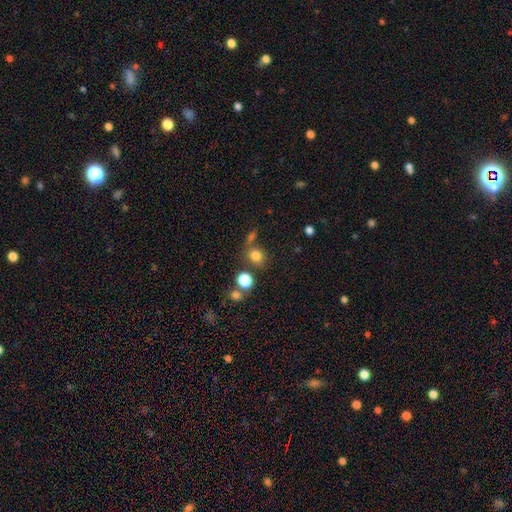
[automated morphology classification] A smooth galaxy with no disk features (78%) that is round (67%).

Vote fractions:
- Smooth or featured? smooth: 78% / star or artifact: 15% / featured or disk: 7%
- How rounded? round: 67% / in between: 32% / cigar-shaped: 1%
- Merging? none: 66% / merger: 16% / minor disturbance: 12% / major disturbance: 6%